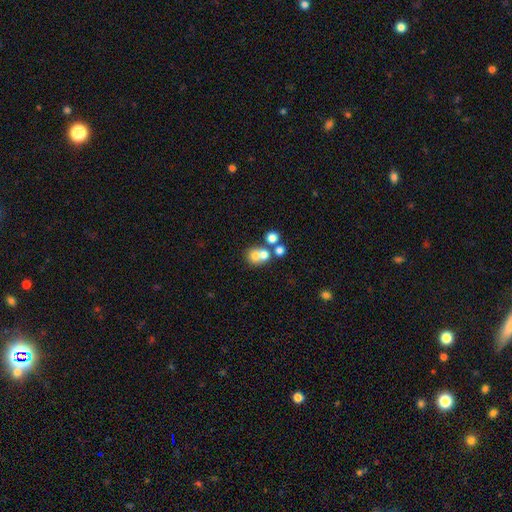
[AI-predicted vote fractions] smooth-or-featured: smooth: 66% | featured or disk: 19% | star or artifact: 15%
  how-rounded: round: 79% | in between: 20% | cigar-shaped: 1%
  merging: merger: 50% | none: 39% | minor disturbance: 7% | major disturbance: 4%